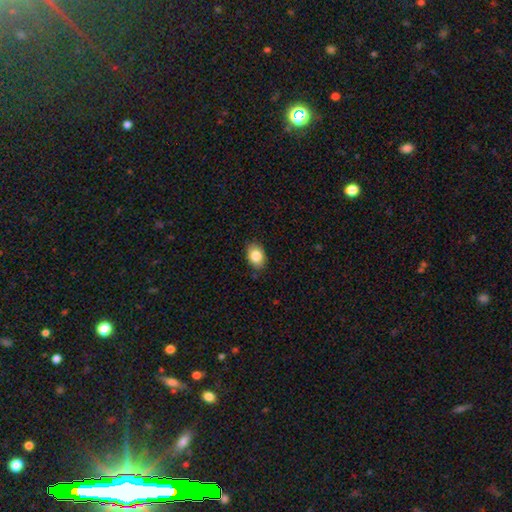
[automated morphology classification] Smooth or featured?
  - smooth: 85% *
  - star or artifact: 8%
  - featured or disk: 7%
How rounded?
  - in between: 80% *
  - round: 19%
  - cigar-shaped: 1%
Merging?
  - none: 84% *
  - minor disturbance: 13%
  - major disturbance: 2%
  - merger: 1%